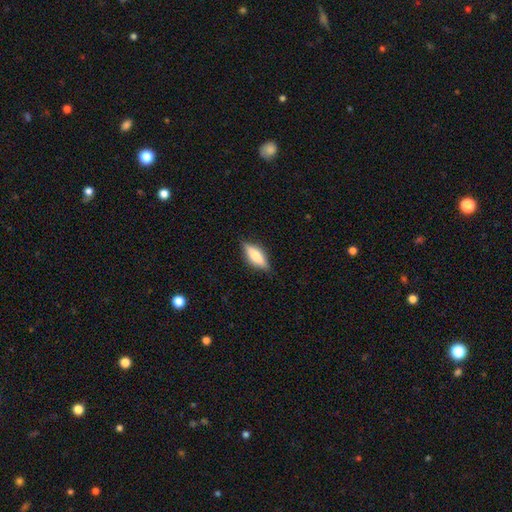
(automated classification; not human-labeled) A smooth galaxy with no disk features (58%) that is in between round and cigar-shaped (51%). Merging: none (84%).